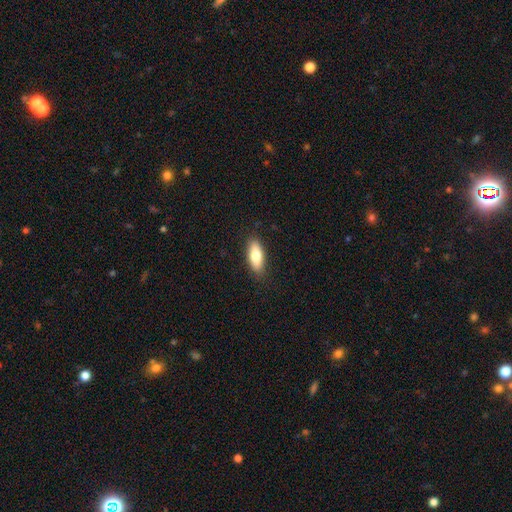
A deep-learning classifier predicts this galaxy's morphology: smooth 76%, featured or disk 18%, star or artifact 6%. Down the decision tree: how rounded — in between (70%); merging — none (88%).